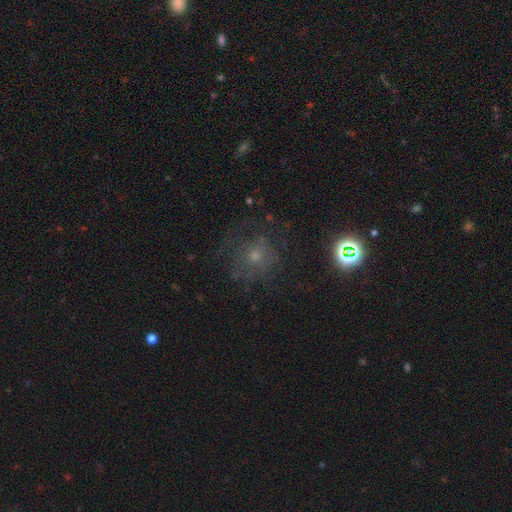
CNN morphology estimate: A smooth galaxy with no disk features (42%). Merging: none (67%).